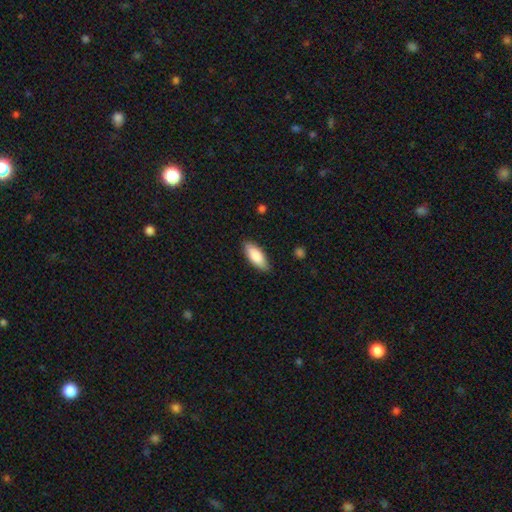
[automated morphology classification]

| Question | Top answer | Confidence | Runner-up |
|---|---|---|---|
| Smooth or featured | smooth | 84% | featured or disk (10%) |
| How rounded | in between | 78% | cigar-shaped (20%) |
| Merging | none | 86% | minor disturbance (11%) |